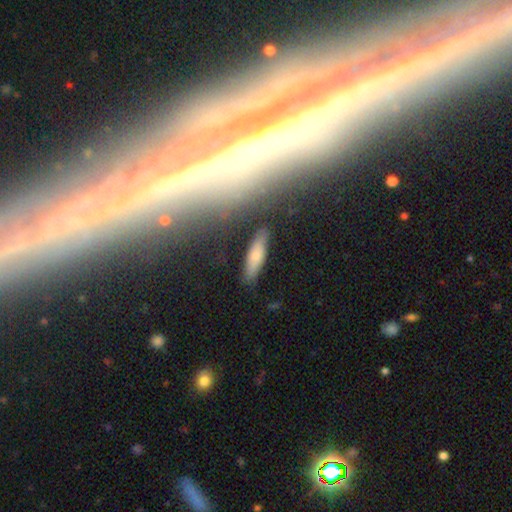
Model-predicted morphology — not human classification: Smooth or featured: smooth — 70% (featured or disk — 23%)
How rounded: cigar-shaped — 56% (in between — 42%)
Merging: none — 81% (minor disturbance — 13%)